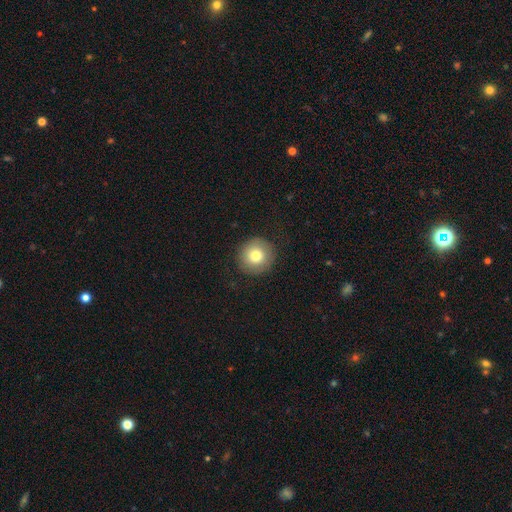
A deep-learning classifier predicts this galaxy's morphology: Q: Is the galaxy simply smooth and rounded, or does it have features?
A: smooth — 78%.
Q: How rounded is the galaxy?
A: round — 94%.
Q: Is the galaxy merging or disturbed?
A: none — 89%.